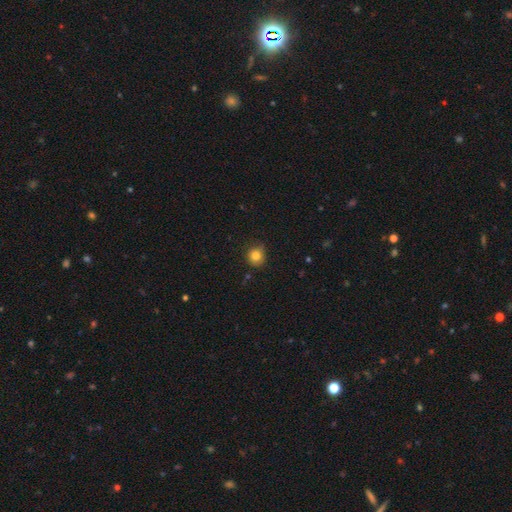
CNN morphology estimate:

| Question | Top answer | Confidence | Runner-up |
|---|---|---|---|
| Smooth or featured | smooth | 83% | star or artifact (11%) |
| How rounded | round | 85% | in between (14%) |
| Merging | none | 75% | minor disturbance (20%) |